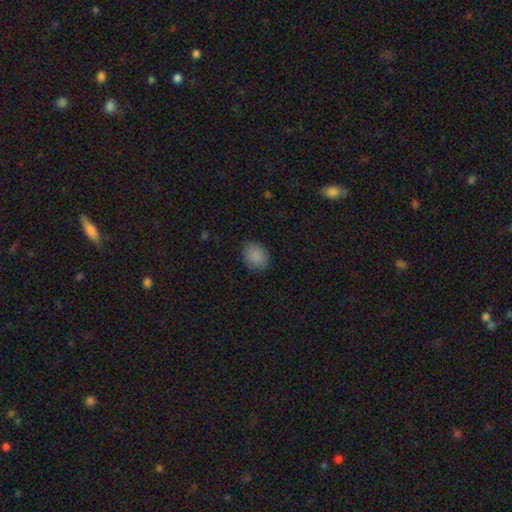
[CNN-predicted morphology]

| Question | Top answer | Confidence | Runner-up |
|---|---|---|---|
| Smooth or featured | smooth | 87% | star or artifact (9%) |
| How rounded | round | 51% | in between (48%) |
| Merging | none | 85% | minor disturbance (12%) |